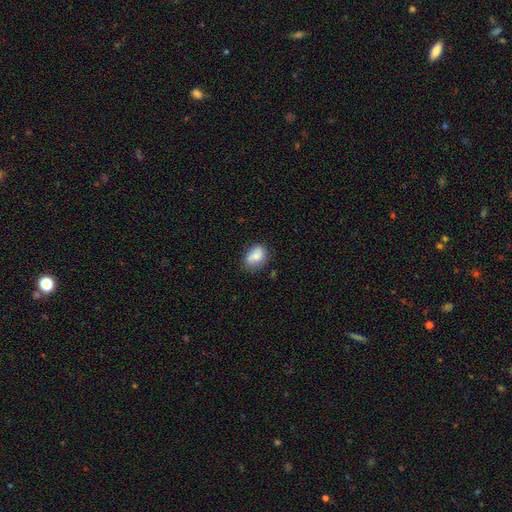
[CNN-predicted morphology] type=smooth (80%); roundness=in between (77%); merging=none (64%).